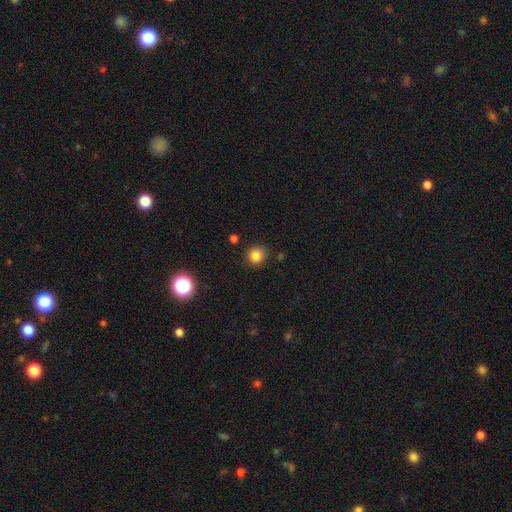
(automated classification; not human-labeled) Overall: smooth (83%). How rounded: round (86%). Merging: none (82%).